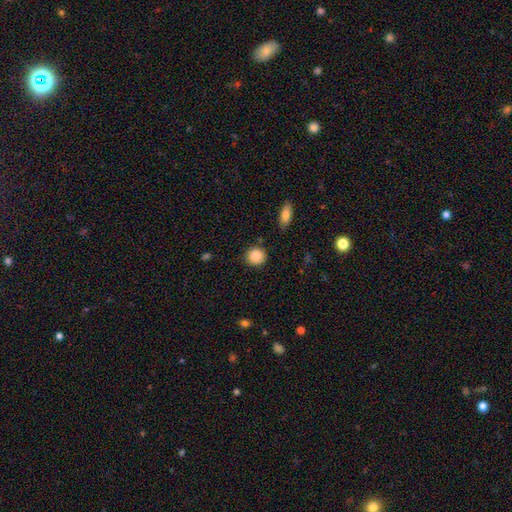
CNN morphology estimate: Smooth or featured? smooth (89%)
How rounded? round (87%)
Merging? none (85%)